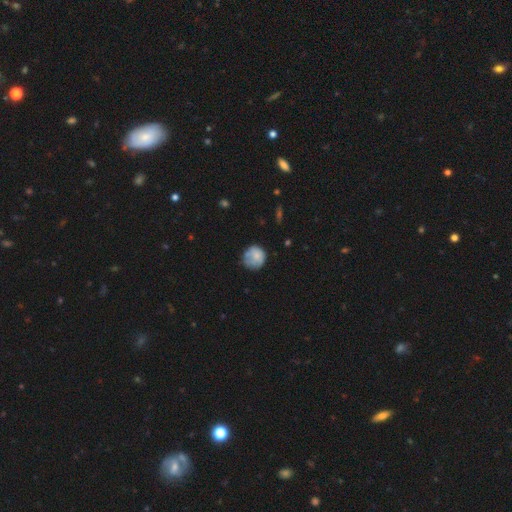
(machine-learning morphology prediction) Q: Smooth or featured?
A: smooth (73%); runner-up: featured or disk (19%)
Q: How rounded?
A: round (87%); runner-up: in between (12%)
Q: Merging?
A: none (58%); runner-up: minor disturbance (28%)